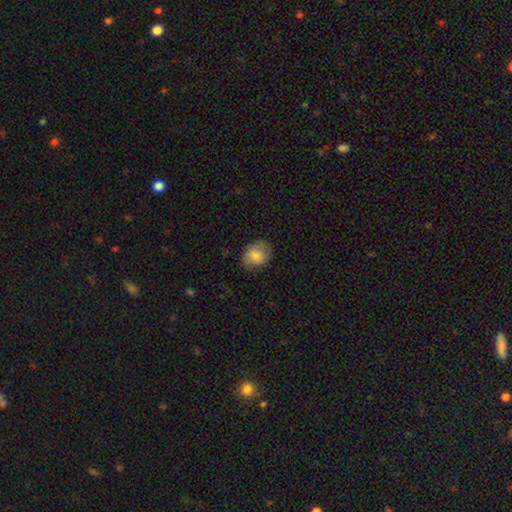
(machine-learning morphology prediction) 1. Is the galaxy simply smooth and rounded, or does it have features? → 76% smooth, 16% featured or disk, 8% star or artifact.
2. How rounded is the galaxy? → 60% in between, 39% round, 1% cigar-shaped.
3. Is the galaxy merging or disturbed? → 70% none, 22% minor disturbance, 7% major disturbance, 1% merger.